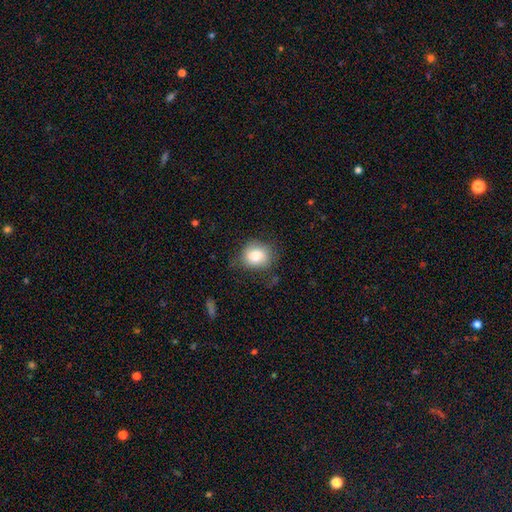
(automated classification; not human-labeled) Smooth or featured?
  - smooth: 82% *
  - featured or disk: 9%
  - star or artifact: 8%
How rounded?
  - round: 66% *
  - in between: 33%
  - cigar-shaped: 1%
Merging?
  - none: 68% *
  - minor disturbance: 22%
  - major disturbance: 8%
  - merger: 2%